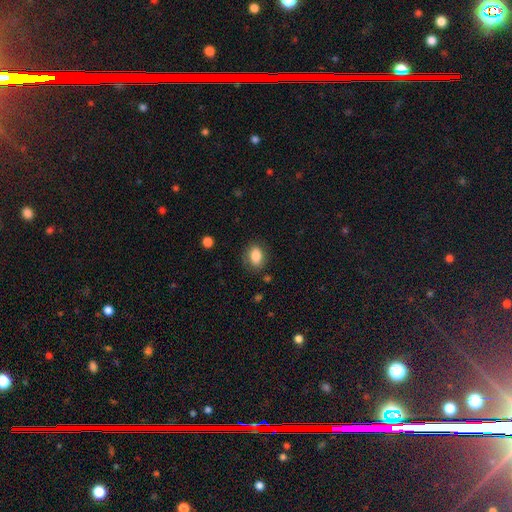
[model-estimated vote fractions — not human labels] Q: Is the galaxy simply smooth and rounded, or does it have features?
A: smooth — 83%.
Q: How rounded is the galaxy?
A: in between — 77%.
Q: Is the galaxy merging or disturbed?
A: none — 76%.